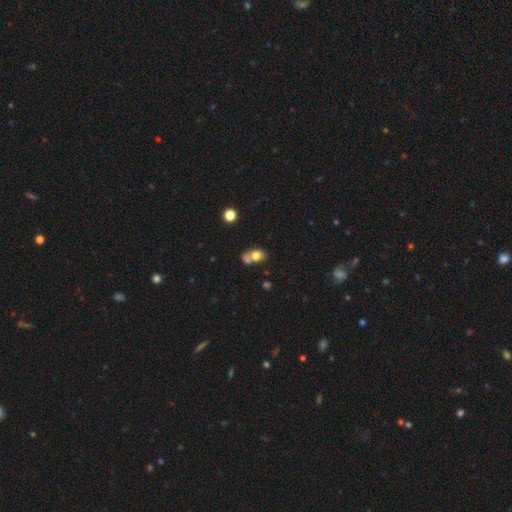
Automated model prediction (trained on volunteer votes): This appears to be a smooth galaxy with no disk features (72%) that is in between round and cigar-shaped (57%). Merging: merger (48%).